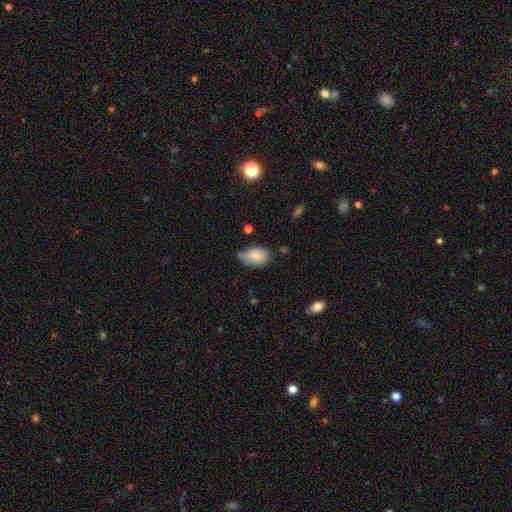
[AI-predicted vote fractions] Smooth or featured? smooth (81%)
How rounded? in between (85%)
Merging? none (48%)